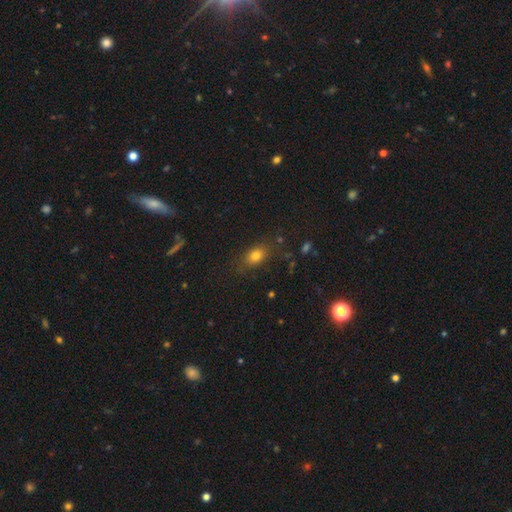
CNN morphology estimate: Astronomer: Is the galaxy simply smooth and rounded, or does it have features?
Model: smooth — 78%.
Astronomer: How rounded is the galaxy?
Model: in between — 69%.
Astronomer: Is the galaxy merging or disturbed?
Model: none — 77%.